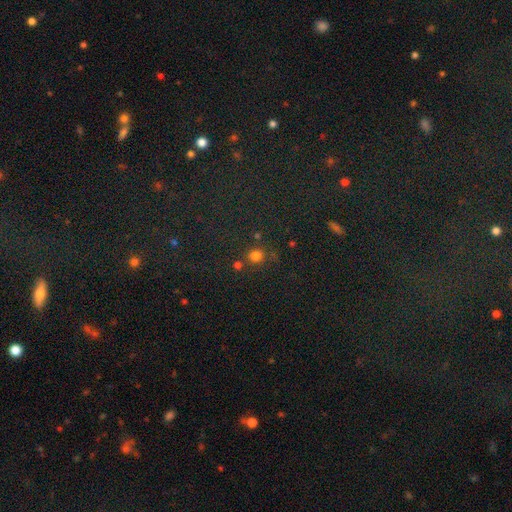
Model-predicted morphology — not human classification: Q: Smooth or featured?
A: smooth (75%); runner-up: star or artifact (19%)
Q: How rounded?
A: round (87%); runner-up: in between (12%)
Q: Merging?
A: none (75%); runner-up: merger (11%)